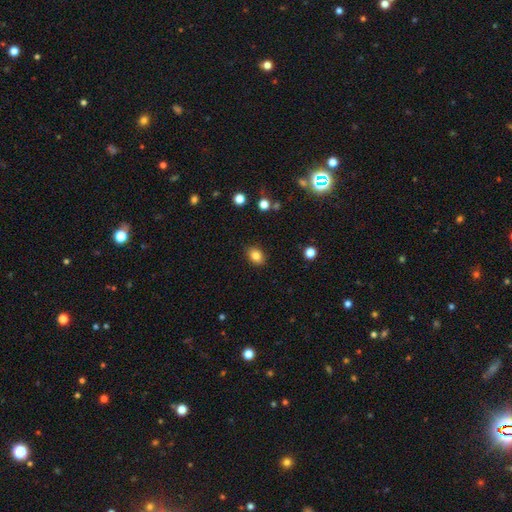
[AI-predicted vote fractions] A smooth galaxy with no disk features (84%) that is in between round and cigar-shaped (69%).

Vote fractions:
- Smooth or featured? smooth: 84% / star or artifact: 10% / featured or disk: 6%
- How rounded? in between: 69% / round: 30% / cigar-shaped: 1%
- Merging? none: 88% / minor disturbance: 8% / major disturbance: 2% / merger: 1%